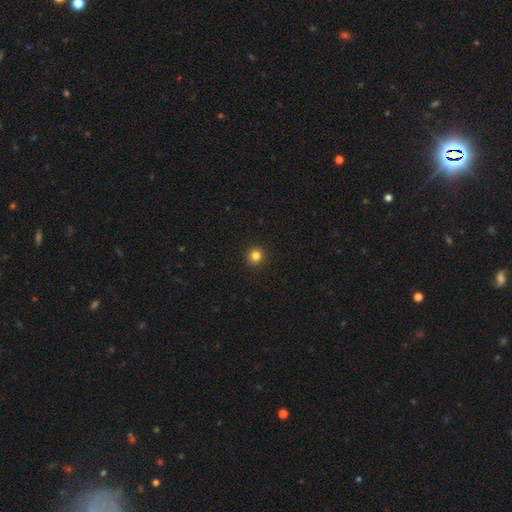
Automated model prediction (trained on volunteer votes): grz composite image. It shows a smooth galaxy with no disk features (83%) that is round (94%). Merging: none (93%).